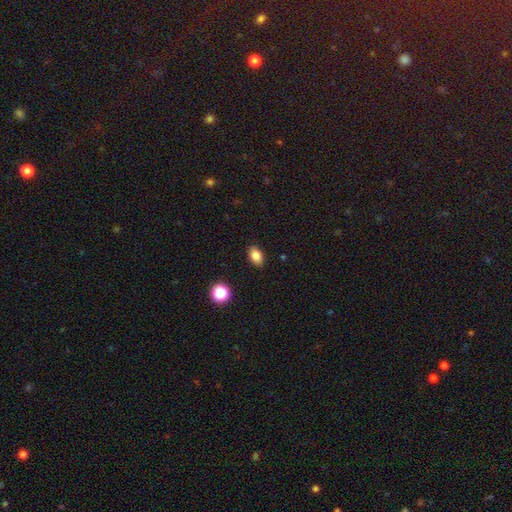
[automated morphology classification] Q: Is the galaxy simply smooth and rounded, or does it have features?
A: smooth — 83%.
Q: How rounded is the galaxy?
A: in between — 86%.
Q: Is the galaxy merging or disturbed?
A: none — 88%.